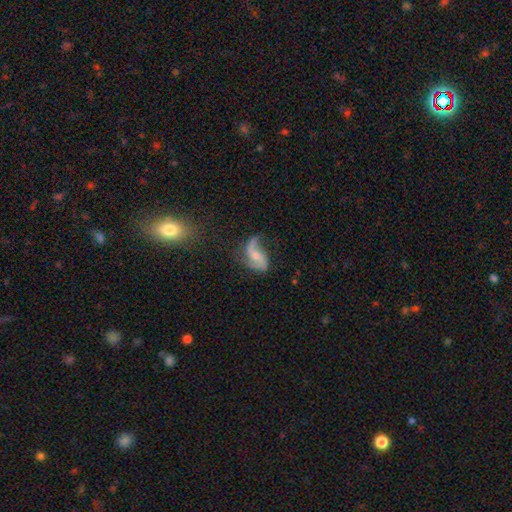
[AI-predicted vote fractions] This is clearly a featured or disk galaxy (80%). It is clearly not viewed edge-on (97%). Bar: possibly no (51%). Spiral arm pattern: clearly yes (94%). Spiral arm count: clearly 2 (87%). Spiral winding: likely loose (75%). Central bulge: possibly small (51%). Merging: possibly none (54%).